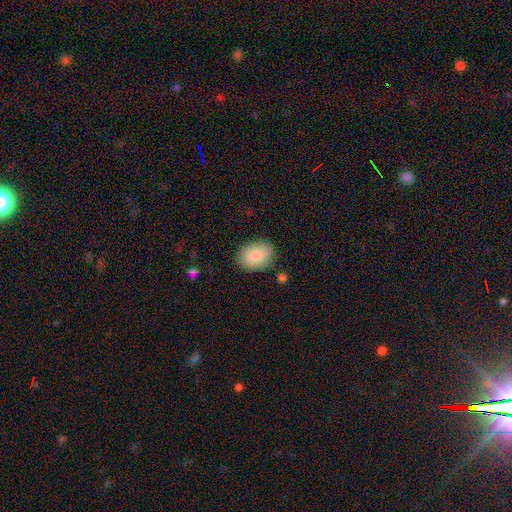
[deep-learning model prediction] Smooth or featured? Predicted: smooth (p=0.85). How rounded? Predicted: in between (p=0.82). Merging? Predicted: none (p=0.83).